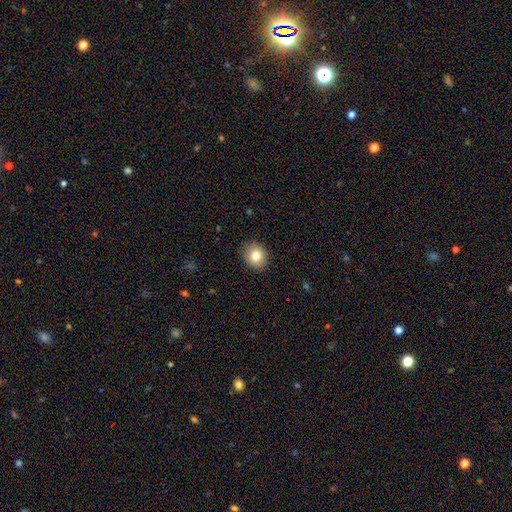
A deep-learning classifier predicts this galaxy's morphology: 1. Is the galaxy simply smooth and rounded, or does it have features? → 80% smooth, 10% featured or disk, 10% star or artifact.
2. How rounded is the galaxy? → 70% round, 29% in between, 1% cigar-shaped.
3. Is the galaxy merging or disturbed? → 89% none, 8% minor disturbance, 2% major disturbance, 1% merger.